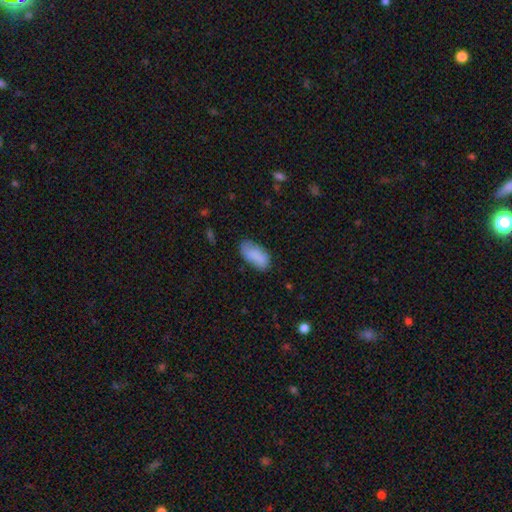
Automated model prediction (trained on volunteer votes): This is clearly a smooth galaxy (81%). How rounded: clearly in between (93%). Merging: likely none (64%).